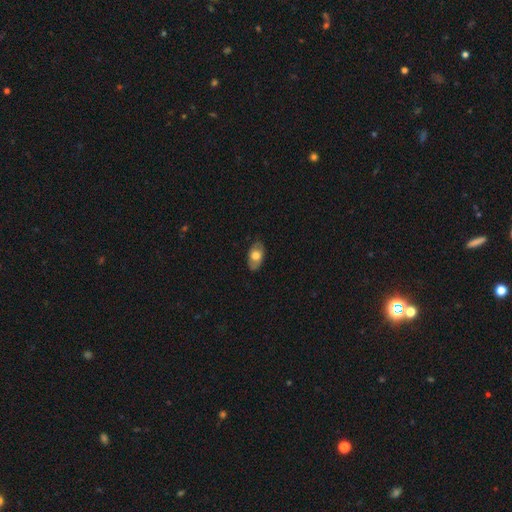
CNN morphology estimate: smooth_or_featured: smooth (p=0.63) [alt: featured or disk p=0.30]
how_rounded: in between (p=0.91) [alt: round p=0.07]
merging: none (p=0.82) [alt: minor disturbance p=0.14]